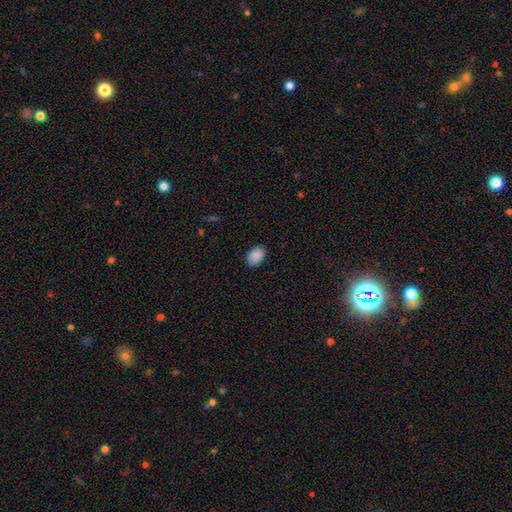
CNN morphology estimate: Overall: smooth (89%). How rounded: in between (80%). Merging: none (86%).